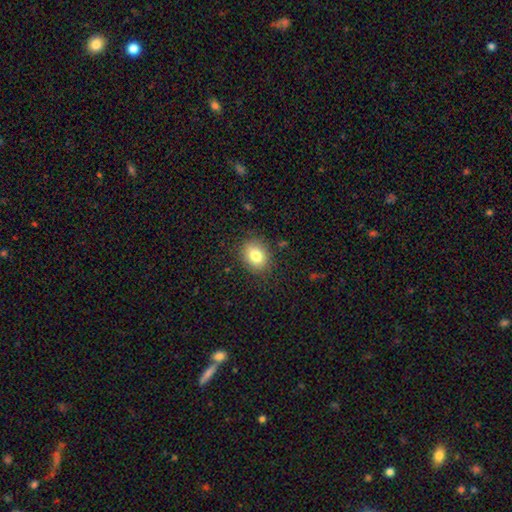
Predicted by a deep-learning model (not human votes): The model was most divided on "how rounded": round: 51%, in between: 48%, cigar-shaped: 1%. More confident: merging — none (86%); smooth or featured — smooth (80%).